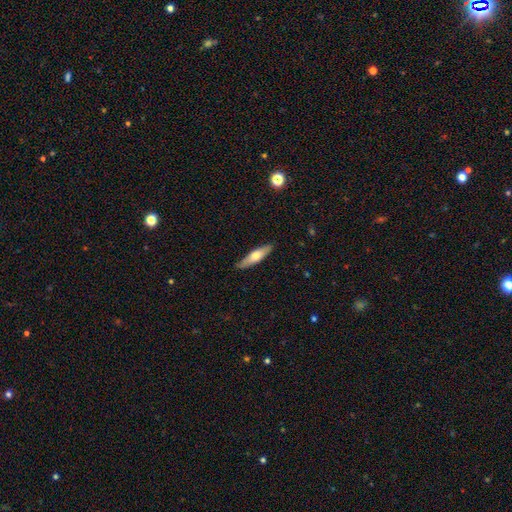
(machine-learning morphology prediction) Smooth or featured? smooth (57%)
How rounded? cigar-shaped (70%)
Merging? none (87%)